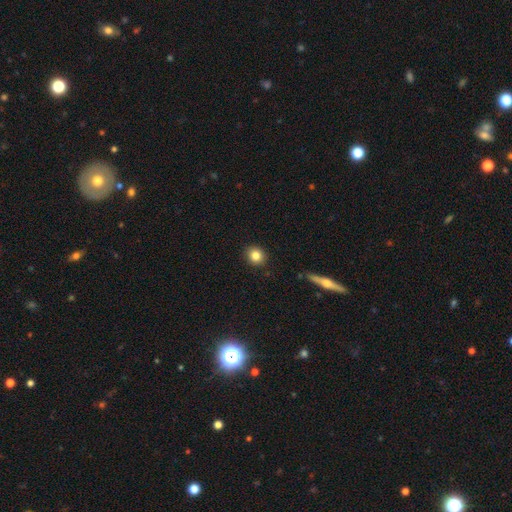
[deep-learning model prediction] Smooth or featured? smooth (84%)
How rounded? round (81%)
Merging? none (90%)